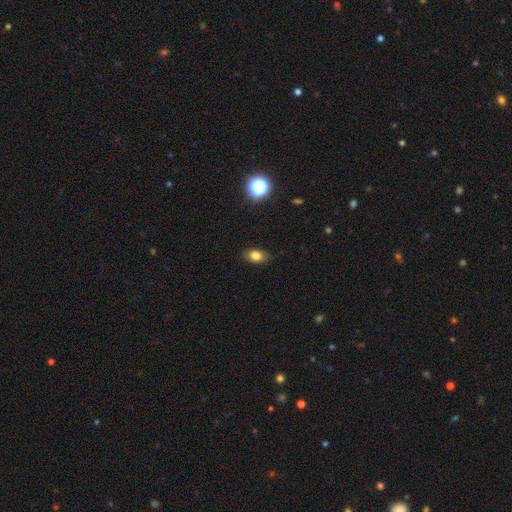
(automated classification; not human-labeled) This is clearly a smooth galaxy (80%). How rounded: clearly in between (82%). Merging: clearly none (86%).